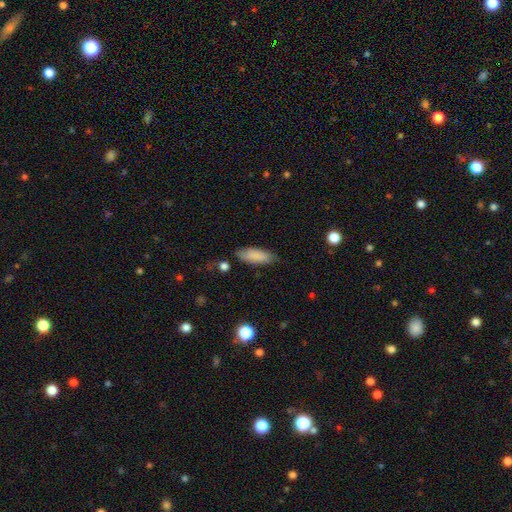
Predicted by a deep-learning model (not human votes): smooth-or-featured: smooth: 86% | featured or disk: 8% | star or artifact: 6%
  how-rounded: in between: 70% | cigar-shaped: 29% | round: 2%
  merging: none: 81% | minor disturbance: 14% | major disturbance: 3% | merger: 2%